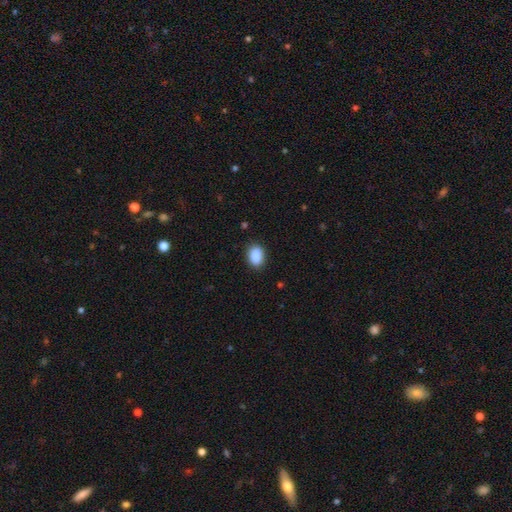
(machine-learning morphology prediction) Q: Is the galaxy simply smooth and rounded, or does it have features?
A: smooth — 90%.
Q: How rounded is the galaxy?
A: in between — 83%.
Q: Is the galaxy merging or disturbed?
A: none — 84%.